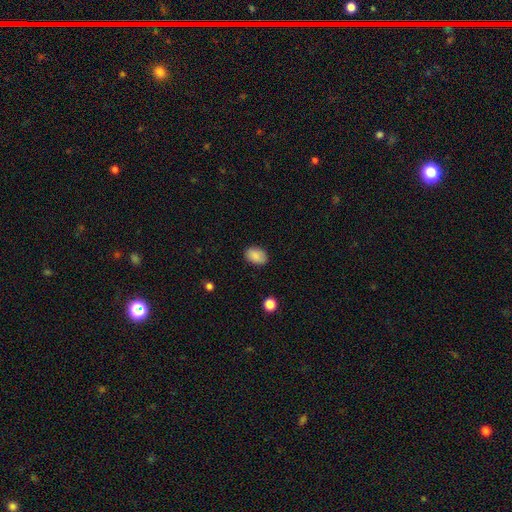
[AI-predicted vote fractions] Smooth or featured? smooth (88%)
How rounded? in between (84%)
Merging? none (83%)